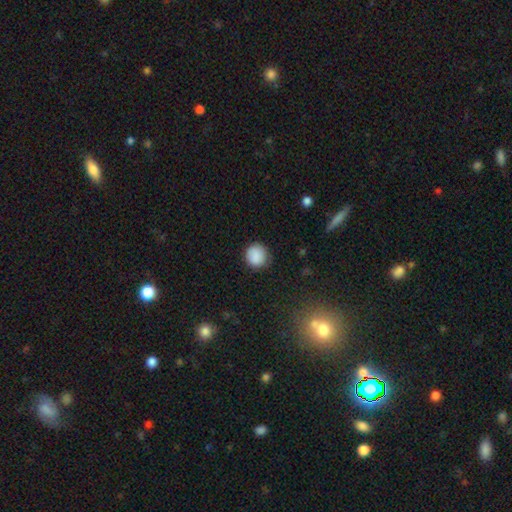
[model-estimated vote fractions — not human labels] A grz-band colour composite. It shows a smooth galaxy with no disk features (88%) that is round (92%). Merging: none (86%).